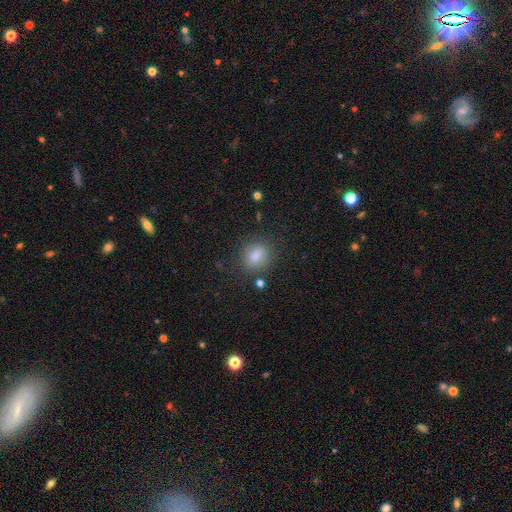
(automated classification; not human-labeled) smooth_or_featured: smooth (p=0.81) [alt: star or artifact p=0.11]
how_rounded: in between (p=0.53) [alt: round p=0.45]
merging: none (p=0.80) [alt: minor disturbance p=0.13]